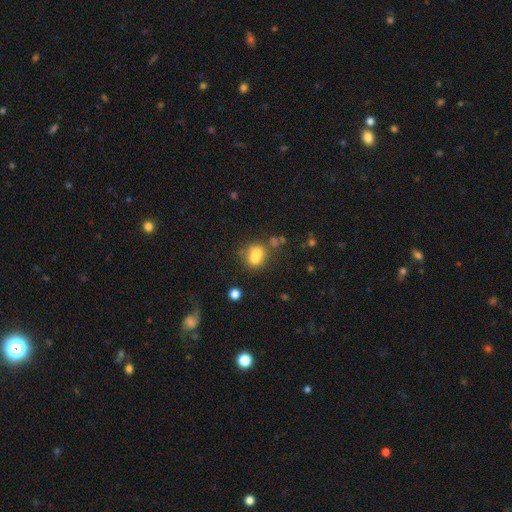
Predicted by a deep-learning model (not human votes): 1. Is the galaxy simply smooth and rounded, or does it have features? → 65% smooth, 21% featured or disk, 13% star or artifact.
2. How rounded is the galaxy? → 70% round, 29% in between, 1% cigar-shaped.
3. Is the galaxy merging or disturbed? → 56% merger, 31% none, 8% minor disturbance, 5% major disturbance.